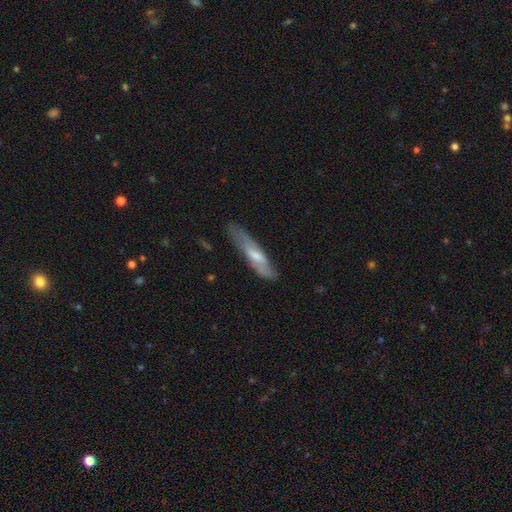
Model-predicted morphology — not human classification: The model was most divided on "smooth or featured": smooth: 48%, featured or disk: 46%, star or artifact: 6%. More confident: merging — none (67%).